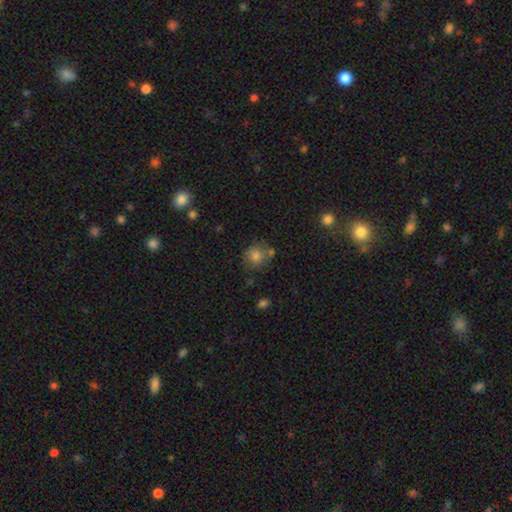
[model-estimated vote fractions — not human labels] Smooth or featured?
  - smooth: 78% *
  - star or artifact: 11%
  - featured or disk: 11%
How rounded?
  - round: 81% *
  - in between: 18%
  - cigar-shaped: 1%
Merging?
  - none: 62% *
  - minor disturbance: 18%
  - merger: 14%
  - major disturbance: 6%